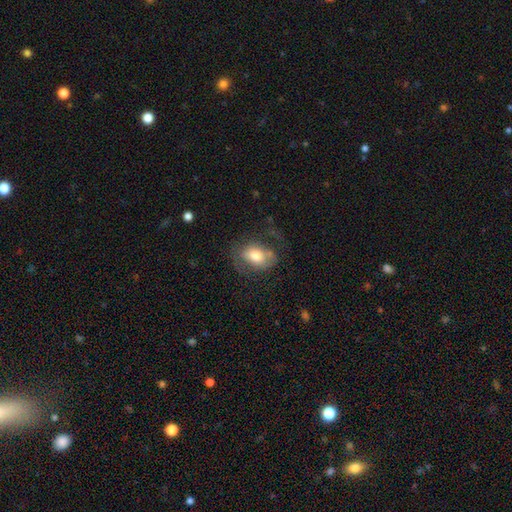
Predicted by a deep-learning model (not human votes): The model was most divided on "merging": none: 49%, minor disturbance: 25%, major disturbance: 23%, merger: 3%. More confident: how rounded — in between (79%); smooth or featured — smooth (62%).